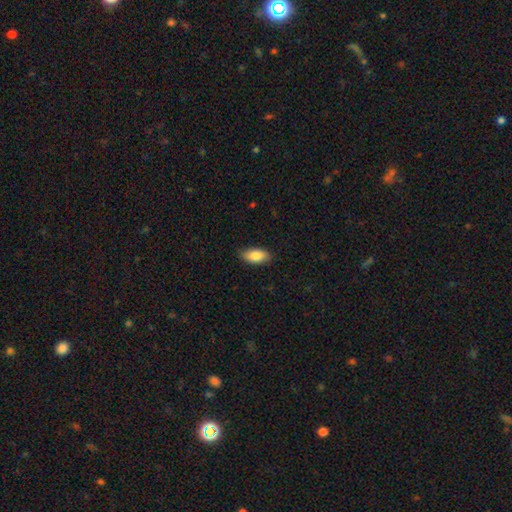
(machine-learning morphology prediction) Smooth or featured: smooth — 85% (featured or disk — 9%)
How rounded: in between — 90% (cigar-shaped — 7%)
Merging: none — 87% (minor disturbance — 11%)